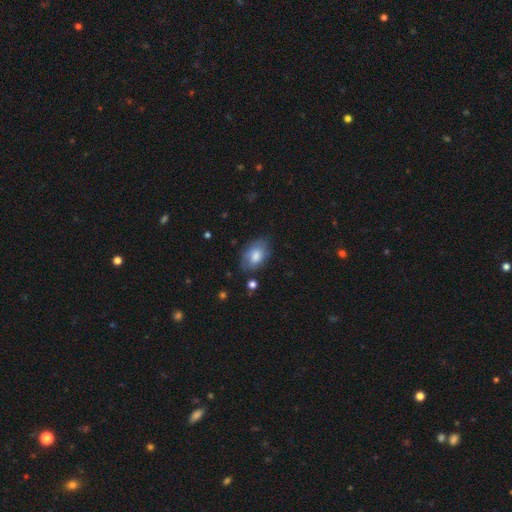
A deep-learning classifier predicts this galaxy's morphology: type=smooth (72%); roundness=in between (86%); merging=none (66%).